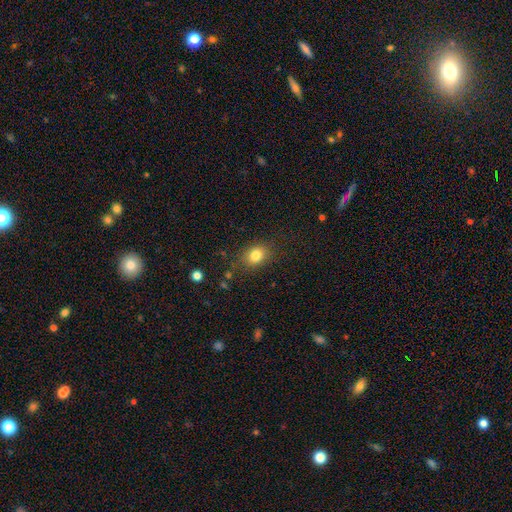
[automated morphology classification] This is clearly a smooth galaxy (82%). How rounded: possibly in between (55%). Merging: clearly none (81%).